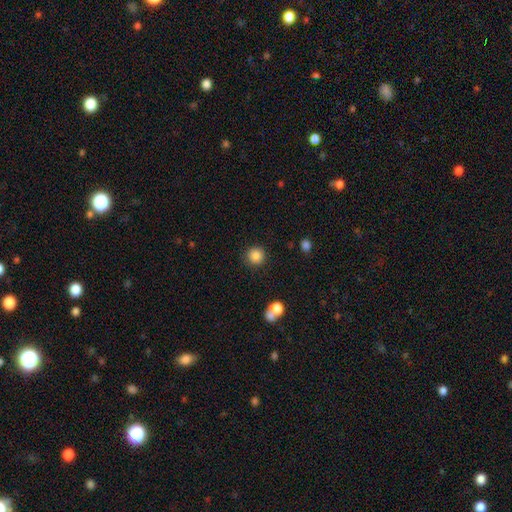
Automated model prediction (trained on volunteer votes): Smooth or featured: smooth — 85% (star or artifact — 10%)
How rounded: round — 94% (in between — 5%)
Merging: none — 89% (minor disturbance — 6%)